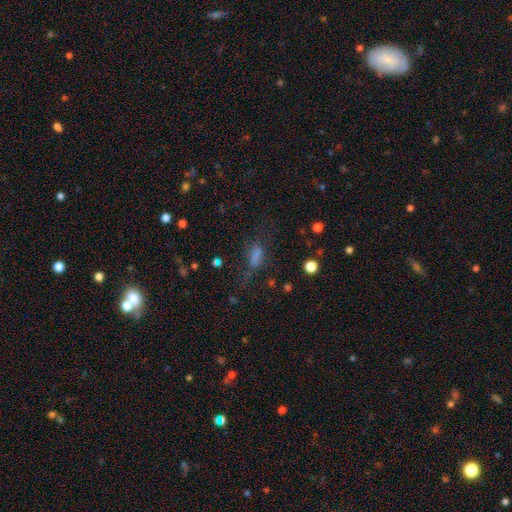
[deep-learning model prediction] smooth_or_featured: smooth (p=0.58) [alt: star or artifact p=0.24]
how_rounded: in between (p=0.61) [alt: cigar-shaped p=0.31]
merging: none (p=0.54) [alt: major disturbance p=0.22]